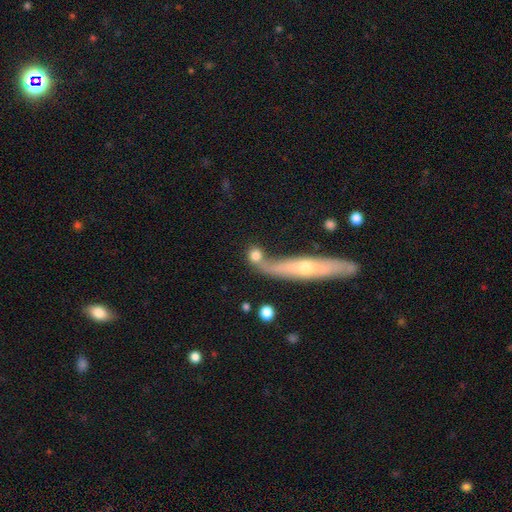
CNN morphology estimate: type=smooth (73%); roundness=round (63%); merging=none (42%).